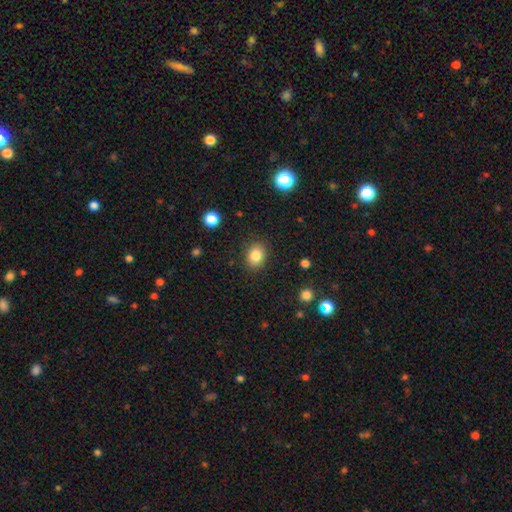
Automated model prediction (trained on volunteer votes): Smooth or featured? smooth (84%)
How rounded? in between (54%)
Merging? none (87%)